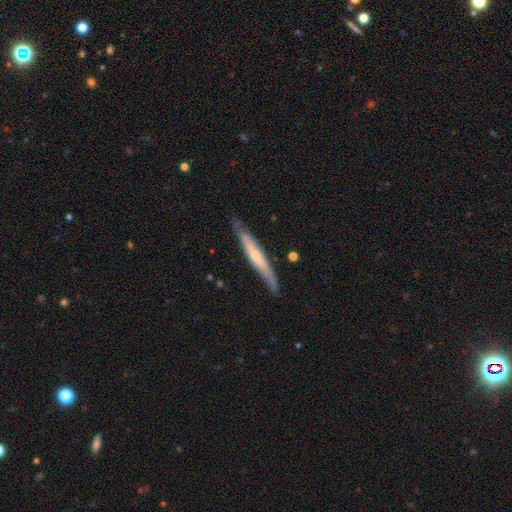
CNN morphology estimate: The model was most divided on "smooth or featured": featured or disk: 55%, smooth: 40%, star or artifact: 5%. More confident: edge-on disk — yes (86%); merging — none (78%).